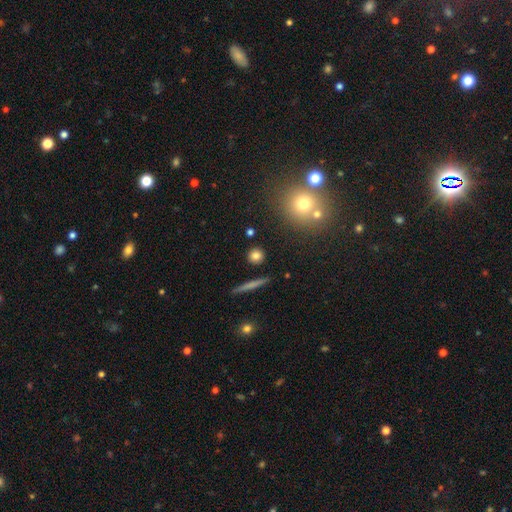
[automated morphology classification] smooth_or_featured: smooth (p=0.79) [alt: featured or disk p=0.11]
how_rounded: round (p=0.87) [alt: in between p=0.08]
merging: none (p=0.88) [alt: minor disturbance p=0.07]